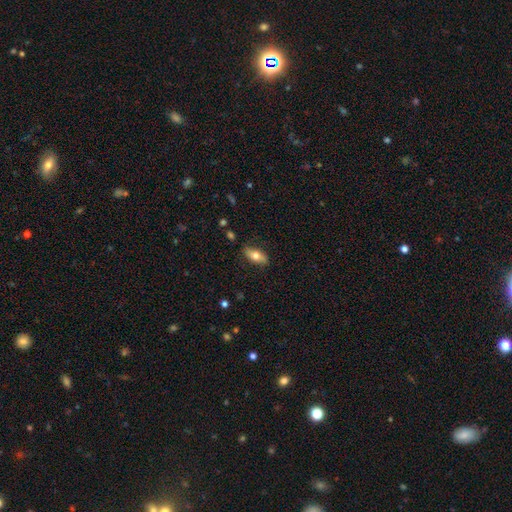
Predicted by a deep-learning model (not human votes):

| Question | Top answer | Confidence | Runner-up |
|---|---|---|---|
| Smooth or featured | smooth | 69% | featured or disk (24%) |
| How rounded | in between | 81% | cigar-shaped (15%) |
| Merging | none | 81% | minor disturbance (15%) |